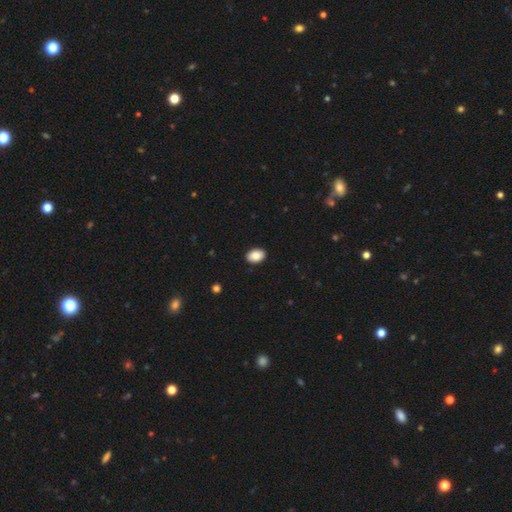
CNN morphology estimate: smooth_or_featured: smooth (p=0.89) [alt: star or artifact p=0.07]
how_rounded: in between (p=0.87) [alt: round p=0.12]
merging: none (p=0.90) [alt: minor disturbance p=0.08]